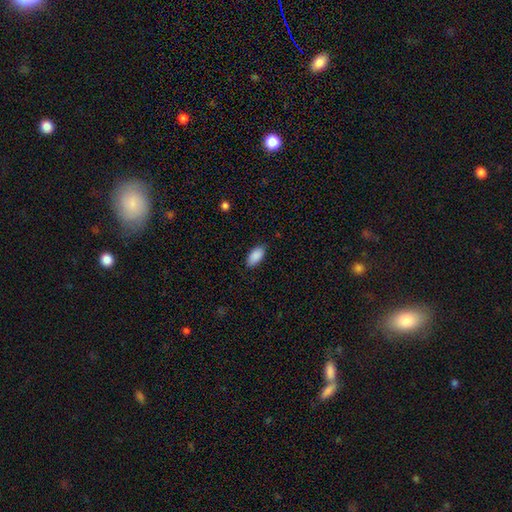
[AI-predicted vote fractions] Smooth or featured?
  - smooth: 90% *
  - star or artifact: 7%
  - featured or disk: 4%
How rounded?
  - in between: 93% *
  - cigar-shaped: 4%
  - round: 2%
Merging?
  - none: 84% *
  - minor disturbance: 12%
  - major disturbance: 2%
  - merger: 1%